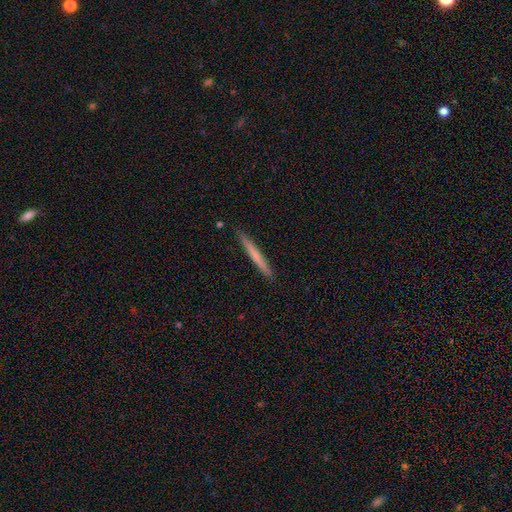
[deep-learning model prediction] smooth 63%, featured or disk 32%, star or artifact 6%. Down the decision tree: how rounded — cigar-shaped (97%); merging — none (91%).